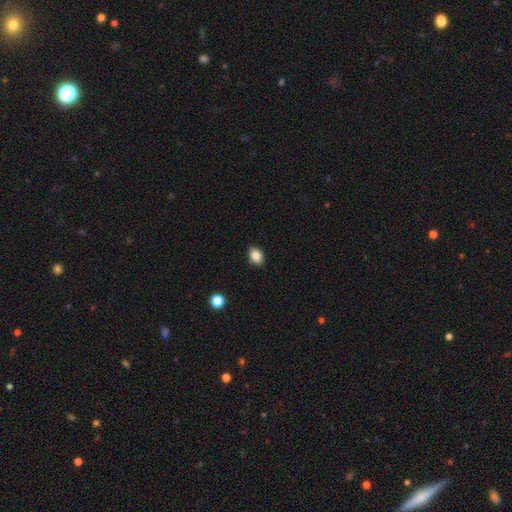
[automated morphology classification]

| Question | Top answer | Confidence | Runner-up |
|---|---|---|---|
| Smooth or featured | smooth | 86% | star or artifact (9%) |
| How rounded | in between | 77% | round (22%) |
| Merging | none | 89% | minor disturbance (8%) |